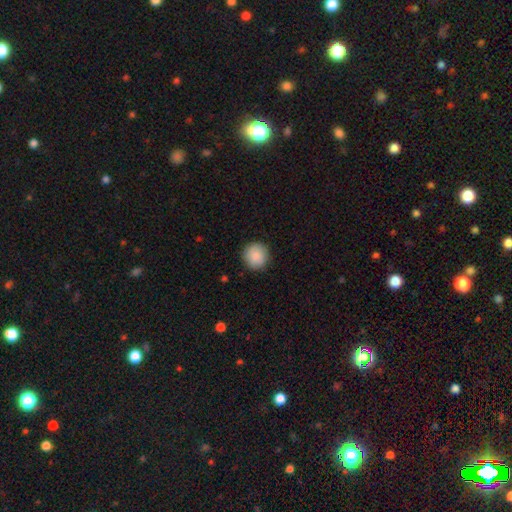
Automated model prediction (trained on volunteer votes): smooth 88%, star or artifact 7%, featured or disk 5%. Down the decision tree: how rounded — round (94%); merging — none (90%).